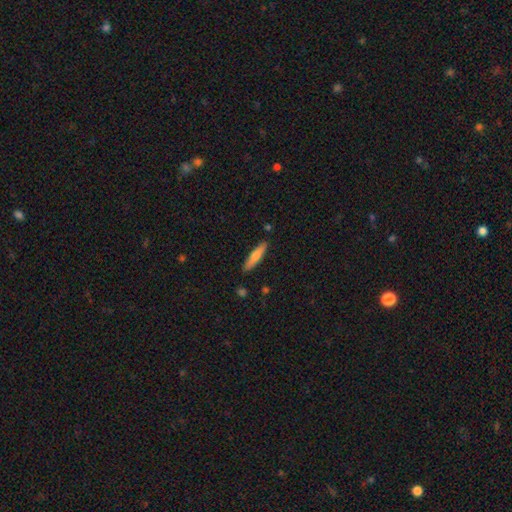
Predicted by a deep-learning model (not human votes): Overall: smooth (71%). How rounded: cigar-shaped (83%). Merging: none (88%).